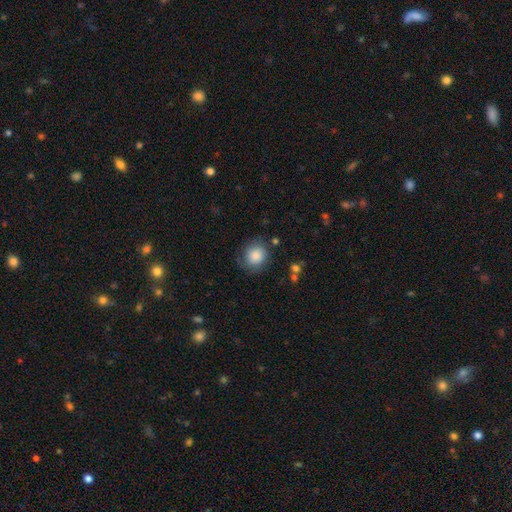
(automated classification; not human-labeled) smooth-or-featured: smooth: 83% | featured or disk: 9% | star or artifact: 8%
  how-rounded: round: 81% | in between: 18% | cigar-shaped: 1%
  merging: none: 71% | minor disturbance: 20% | major disturbance: 7% | merger: 2%